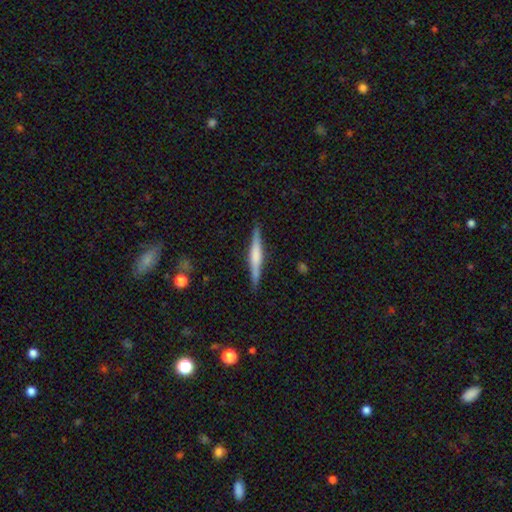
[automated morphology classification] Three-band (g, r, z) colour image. It shows a featured or disk galaxy (61%) viewed edge-on (98%) with a rounded central bulge (48%). Merging: none (90%).